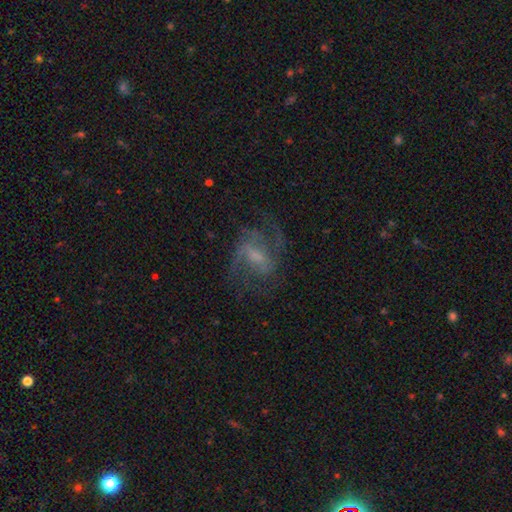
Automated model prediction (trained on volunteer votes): Morphology: type=featured or disk (80%); edge-on=no (97%); bar=weak (54%); spiral arms=yes (93%); winding=medium (53%); arm count=2 (61%); bulge=small (40%); merging=none (62%).